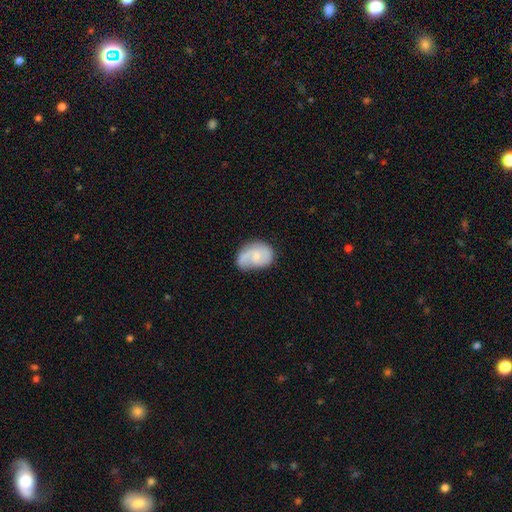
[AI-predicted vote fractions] The model was most divided on "merging": none: 46%, minor disturbance: 34%, major disturbance: 18%, merger: 3%. More confident: edge-on disk — no (97%); spiral arms — yes (83%); bulge size — small (59%); bar — no (58%); smooth or featured — featured or disk (54%).